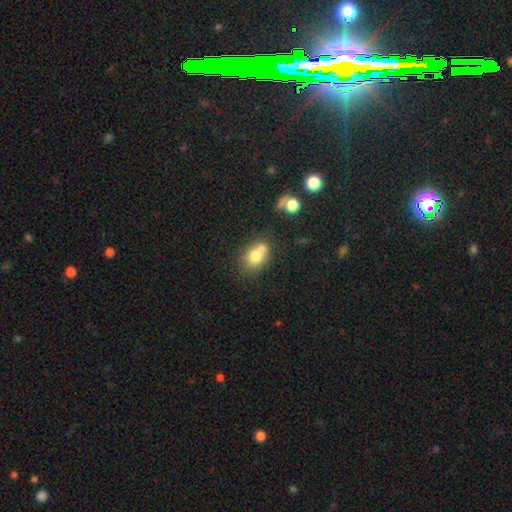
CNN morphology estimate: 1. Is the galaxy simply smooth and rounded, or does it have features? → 72% smooth, 17% featured or disk, 10% star or artifact.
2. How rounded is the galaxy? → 57% in between, 41% round, 1% cigar-shaped.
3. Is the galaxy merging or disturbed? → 42% none, 40% merger, 13% minor disturbance, 5% major disturbance.